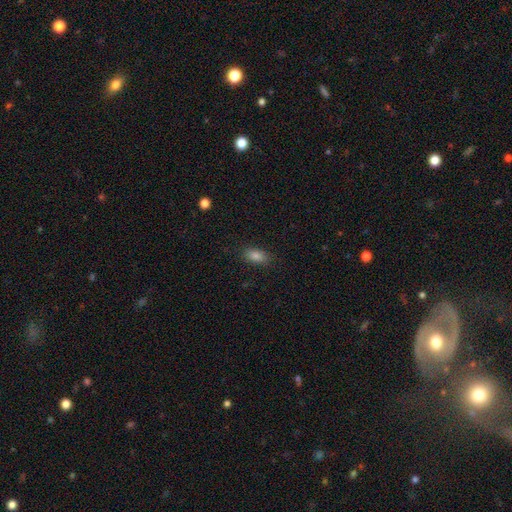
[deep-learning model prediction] smooth 83%, star or artifact 10%, featured or disk 6%. Down the decision tree: how rounded — in between (88%); merging — none (86%).